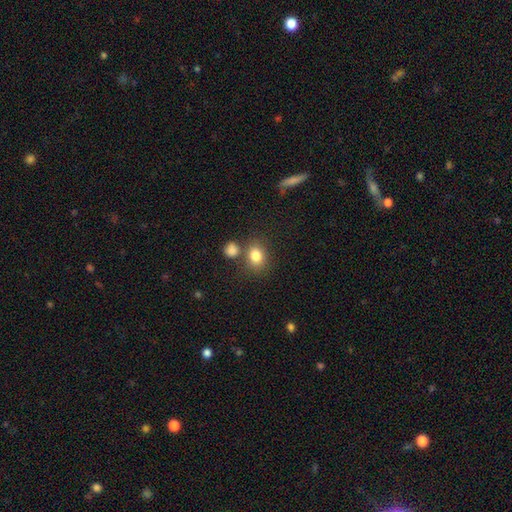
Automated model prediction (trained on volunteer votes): The model was most divided on "how rounded": round: 51%, in between: 48%, cigar-shaped: 1%. More confident: smooth or featured — smooth (82%); merging — none (67%).